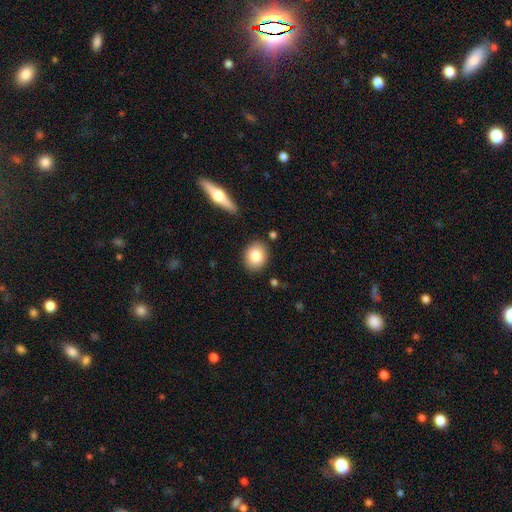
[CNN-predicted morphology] Overall: smooth (81%). How rounded: round (59%; in between 39%). Merging: none (87%).